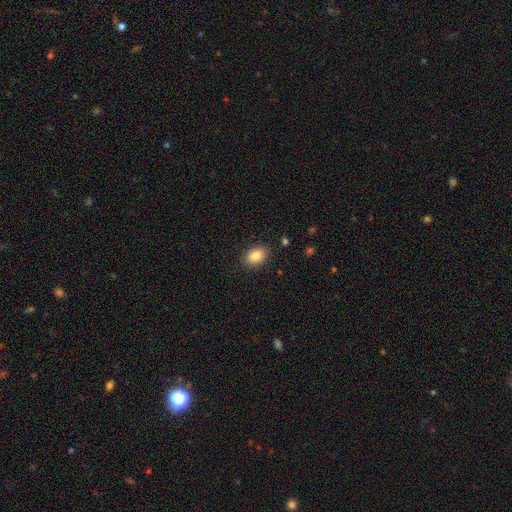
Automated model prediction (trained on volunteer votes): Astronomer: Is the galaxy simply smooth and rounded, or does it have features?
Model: smooth — 85%.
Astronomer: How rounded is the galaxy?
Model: in between — 82%.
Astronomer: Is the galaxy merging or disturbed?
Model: none — 87%.